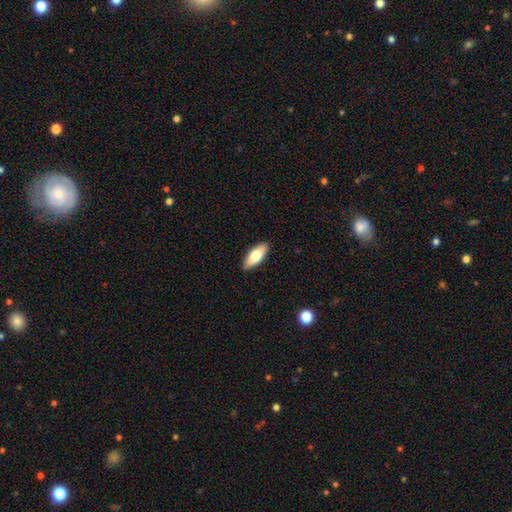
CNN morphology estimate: smooth-or-featured: smooth: 73% | featured or disk: 22% | star or artifact: 6%
  how-rounded: in between: 77% | cigar-shaped: 21% | round: 2%
  merging: none: 90% | minor disturbance: 7% | major disturbance: 2% | merger: 1%